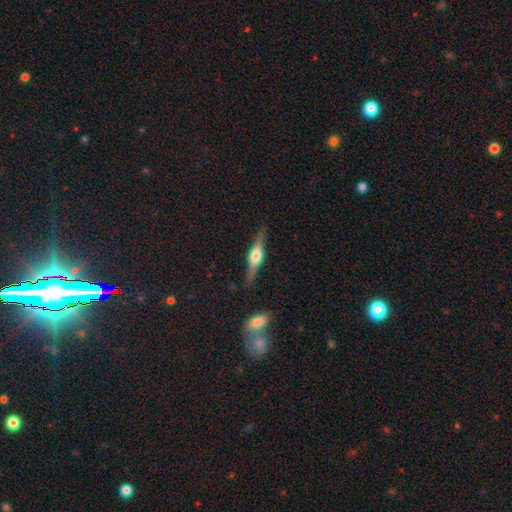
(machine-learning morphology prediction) featured or disk 76%, smooth 18%, star or artifact 6%. Down the decision tree: edge-on disk — yes (97%); edge-on bulge — rounded (87%); merging — none (86%).